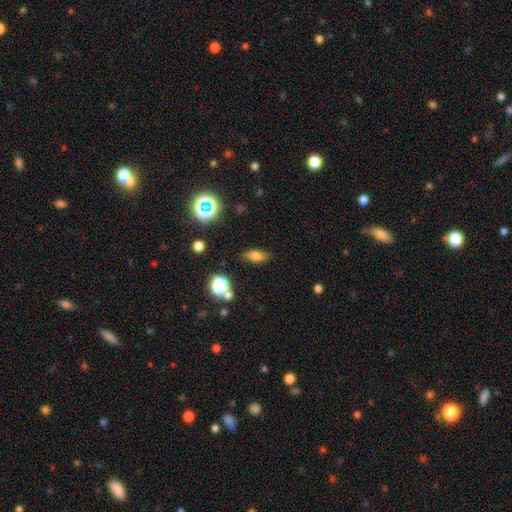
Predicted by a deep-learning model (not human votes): The model was most divided on "smooth or featured": smooth: 73%, star or artifact: 15%, featured or disk: 12%. More confident: merging — none (84%); how rounded — in between (76%).